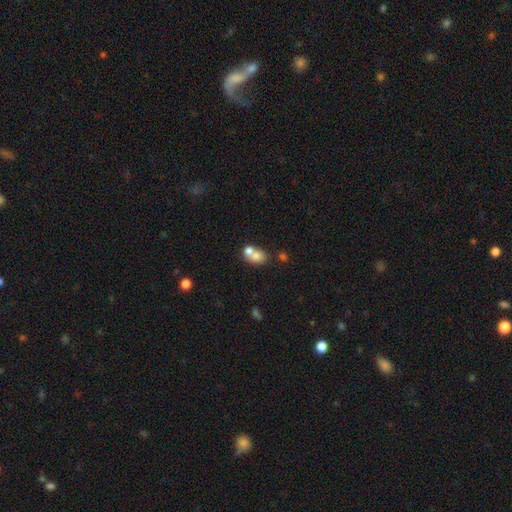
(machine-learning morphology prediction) Smooth or featured? smooth (72%)
How rounded? in between (54%)
Merging? merger (60%)